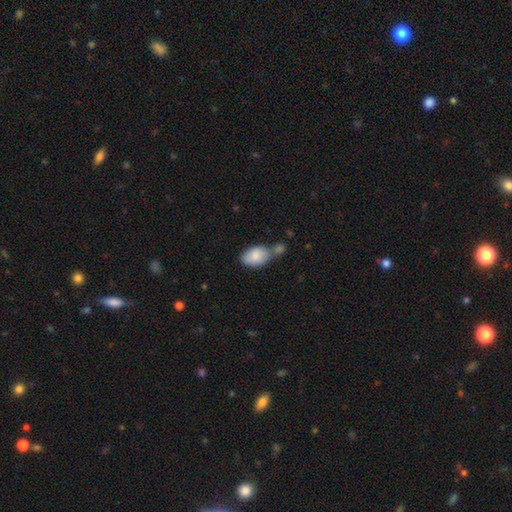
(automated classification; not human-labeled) A smooth galaxy with no disk features (83%) that is in between round and cigar-shaped (90%). Merging: merger (39%).